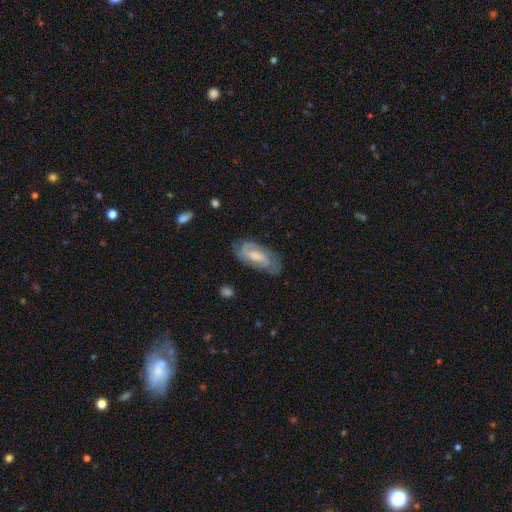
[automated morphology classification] Q: Smooth or featured?
A: featured or disk (59%); runner-up: smooth (34%)
Q: Edge-on disk?
A: no (92%); runner-up: yes (8%)
Q: Bar?
A: no (49%); runner-up: weak (41%)
Q: Spiral arms?
A: yes (85%); runner-up: no (15%)
Q: Bulge size?
A: moderate (41%); runner-up: small (29%)
Q: Merging?
A: none (71%); runner-up: minor disturbance (21%)